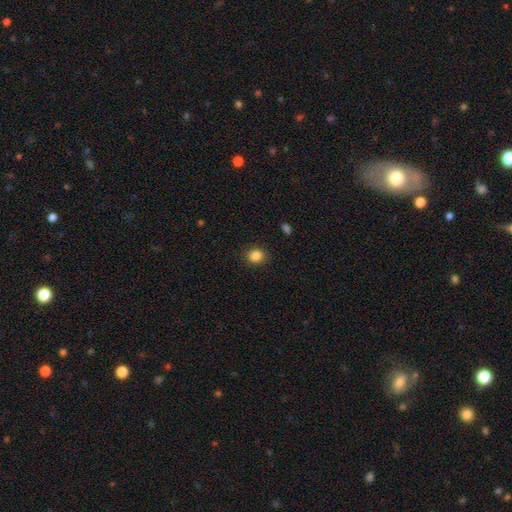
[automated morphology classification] smooth-or-featured: smooth: 86% | star or artifact: 10% | featured or disk: 4%
  how-rounded: round: 74% | in between: 26% | cigar-shaped: 1%
  merging: none: 88% | minor disturbance: 8% | major disturbance: 2% | merger: 1%